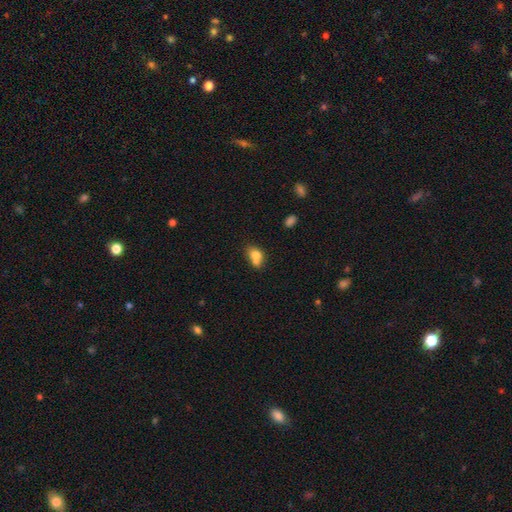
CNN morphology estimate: Overall: smooth (73%). How rounded: in between (58%; round 40%). Merging: merger (46%; none 31%).